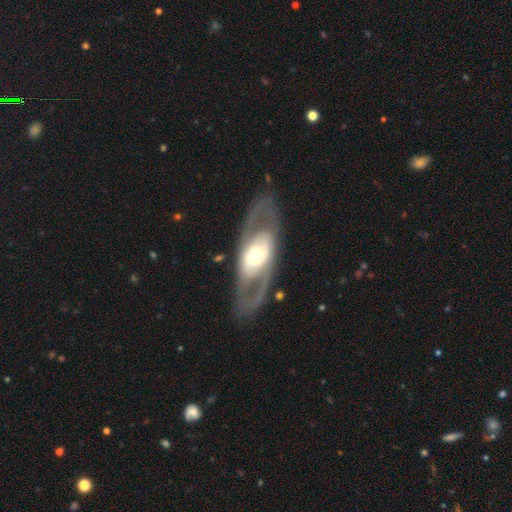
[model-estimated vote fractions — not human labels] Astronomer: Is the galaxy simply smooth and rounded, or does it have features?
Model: featured or disk — 75%.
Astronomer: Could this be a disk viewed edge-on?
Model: no — 85%.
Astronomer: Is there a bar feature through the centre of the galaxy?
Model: no — 51% (runner-up: weak, 26%).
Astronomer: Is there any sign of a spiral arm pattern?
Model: no — 51% (runner-up: yes, 49%).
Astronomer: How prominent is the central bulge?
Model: moderate — 58%.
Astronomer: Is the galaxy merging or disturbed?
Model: none — 78%.